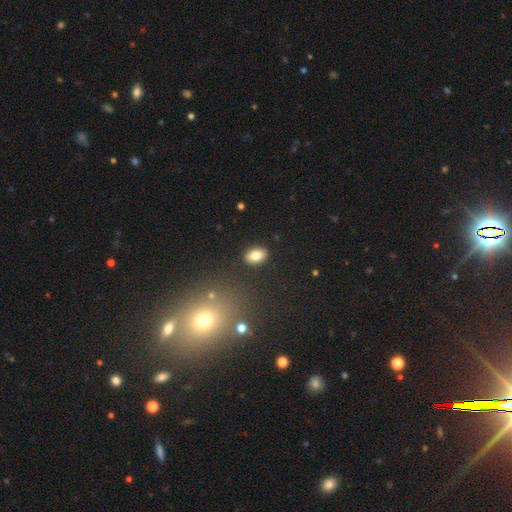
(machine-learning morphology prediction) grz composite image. It shows a smooth galaxy with no disk features (81%) that is in between round and cigar-shaped (85%). Merging: none (88%).